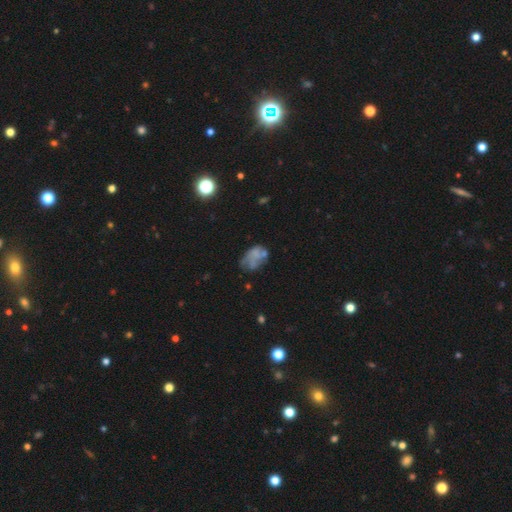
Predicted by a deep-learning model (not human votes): Smooth or featured? Predicted: smooth (p=0.44, tied with featured or disk). Merging? Predicted: none (p=0.37).